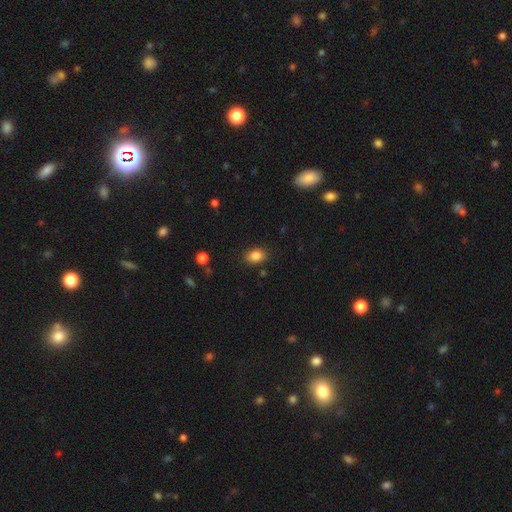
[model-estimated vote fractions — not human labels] This appears to be a smooth galaxy with no disk features (85%) that is in between round and cigar-shaped (77%). Merging: none (86%).